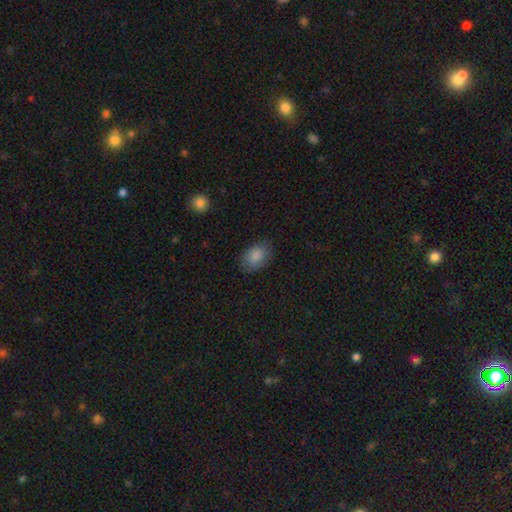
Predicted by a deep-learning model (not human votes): Smooth or featured: smooth — 87% (star or artifact — 7%)
How rounded: in between — 83% (round — 15%)
Merging: none — 80% (minor disturbance — 15%)